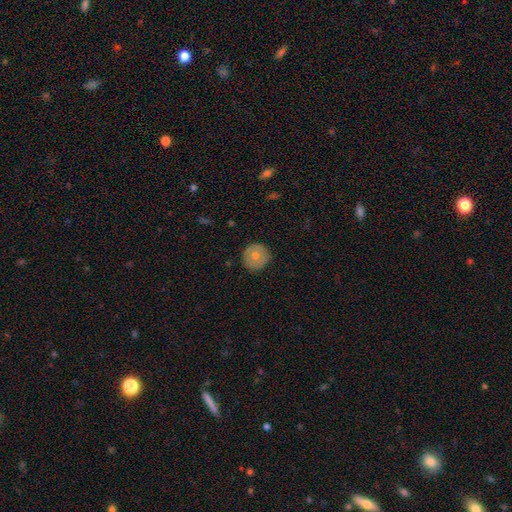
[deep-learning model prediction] This appears to be a smooth galaxy with no disk features (62%) that is round (95%). Merging: none (89%).